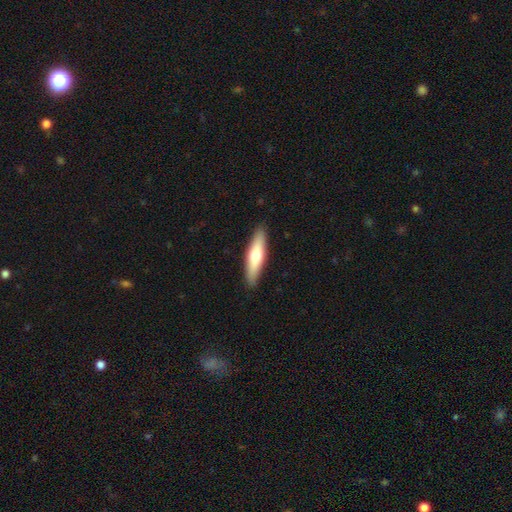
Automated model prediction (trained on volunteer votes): Smooth or featured? Predicted: smooth (p=0.59). How rounded? Predicted: cigar-shaped (p=0.74). Merging? Predicted: none (p=0.90).